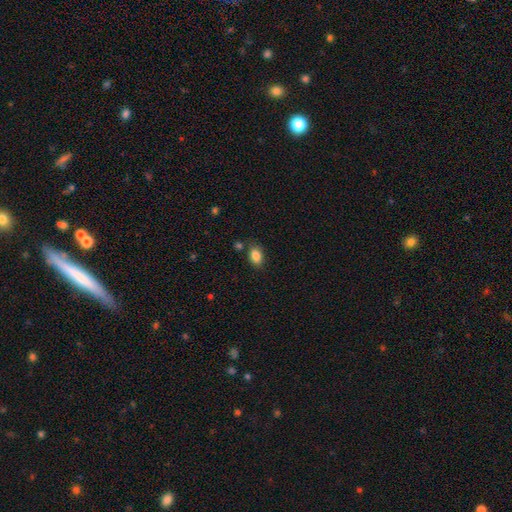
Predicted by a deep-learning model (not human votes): Smooth or featured: smooth — 86% (star or artifact — 9%)
How rounded: in between — 83% (round — 16%)
Merging: none — 79% (minor disturbance — 13%)